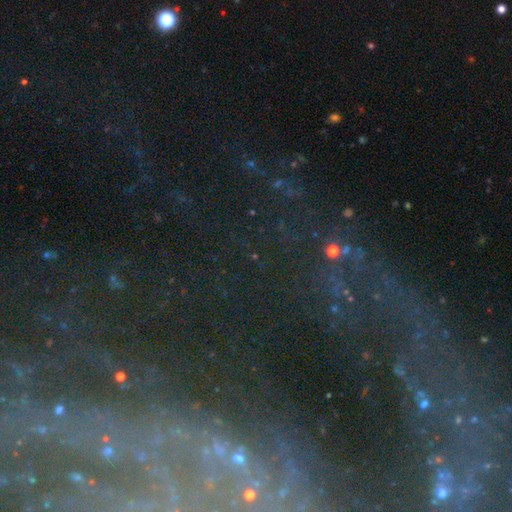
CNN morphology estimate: This appears to be a featured or disk galaxy (45%). Merging: none (65%).